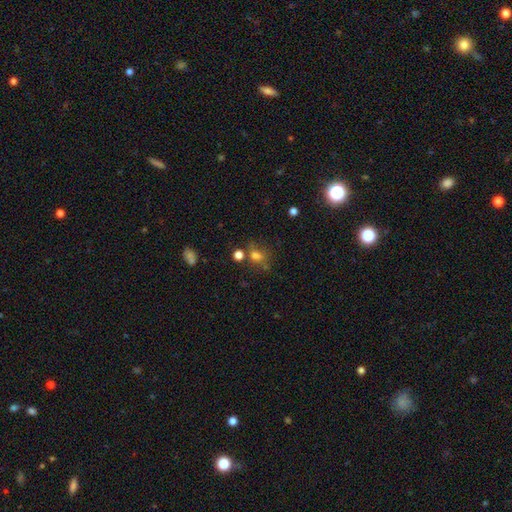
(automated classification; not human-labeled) Smooth or featured? smooth (68%)
How rounded? round (54%)
Merging? none (52%)